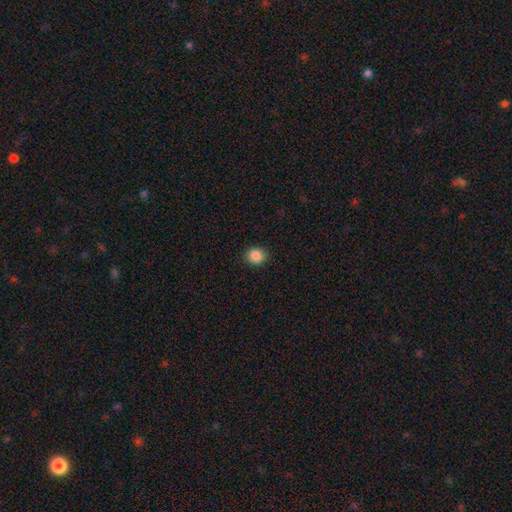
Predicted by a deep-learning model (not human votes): smooth 87%, star or artifact 9%, featured or disk 4%. Down the decision tree: how rounded — round (72%); merging — none (89%).